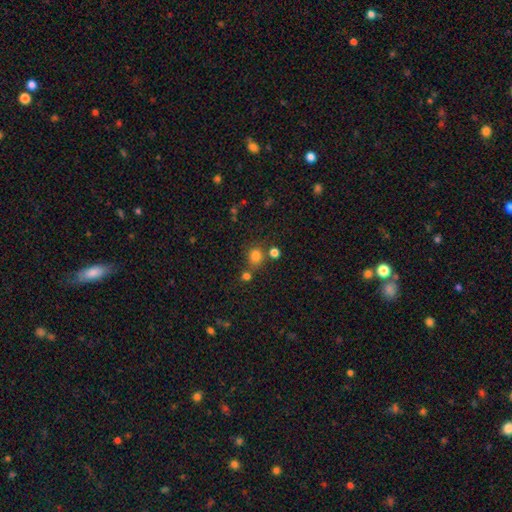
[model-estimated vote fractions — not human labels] The model was most divided on "merging": none: 68%, merger: 17%, minor disturbance: 11%, major disturbance: 5%. More confident: how rounded — round (80%); smooth or featured — smooth (79%).